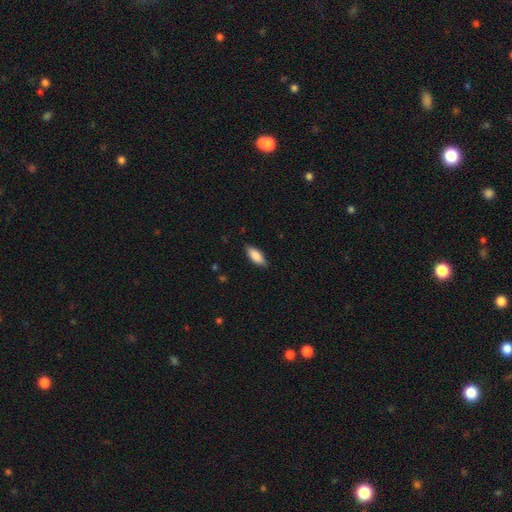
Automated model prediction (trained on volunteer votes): Smooth or featured? Predicted: smooth (p=0.86). How rounded? Predicted: in between (p=0.77). Merging? Predicted: none (p=0.85).